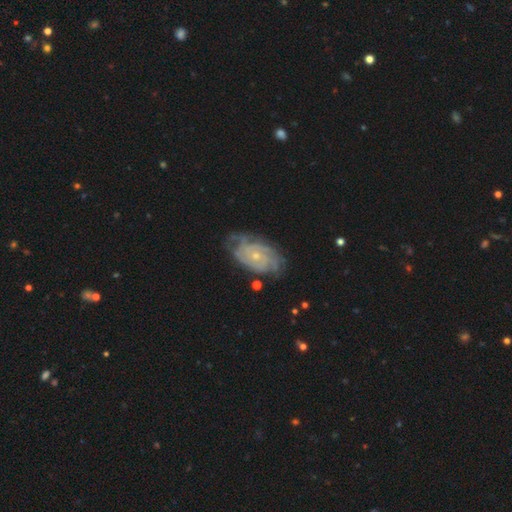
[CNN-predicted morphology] A featured or disk galaxy (86%) with no bar (73%), tight (72%) spiral arms (96%) and a small central bulge (72%). Merging: none (70%).